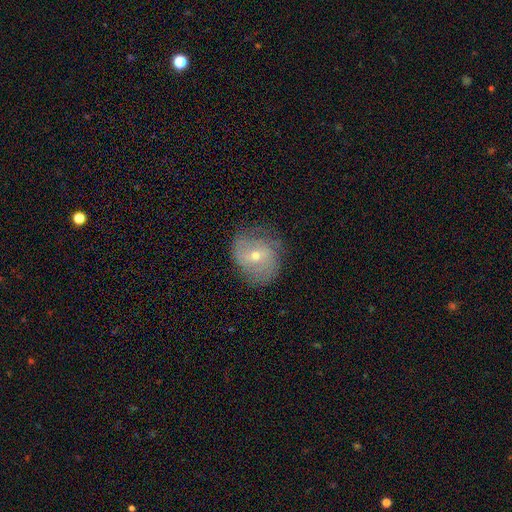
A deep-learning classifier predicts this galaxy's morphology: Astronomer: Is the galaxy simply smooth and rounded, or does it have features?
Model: featured or disk — 59%.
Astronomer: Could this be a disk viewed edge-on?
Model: no — 96%.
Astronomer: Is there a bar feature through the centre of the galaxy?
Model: no — 48% (runner-up: weak, 40%).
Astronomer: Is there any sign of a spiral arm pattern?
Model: yes — 75%.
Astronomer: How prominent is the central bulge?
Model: moderate — 50% (runner-up: small, 47%).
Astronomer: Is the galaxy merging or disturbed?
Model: none — 68%.